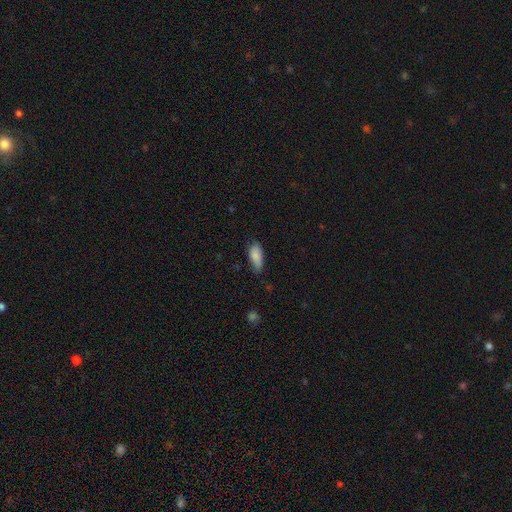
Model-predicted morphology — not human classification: A smooth galaxy with no disk features (86%) that is in between round and cigar-shaped (83%). Merging: none (62%).